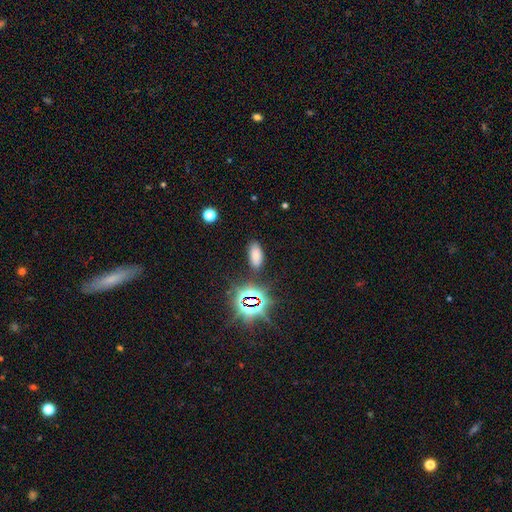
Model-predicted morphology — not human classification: The model was most divided on "smooth or featured": smooth: 66%, star or artifact: 26%, featured or disk: 8%. More confident: how rounded — in between (90%); merging — none (83%).